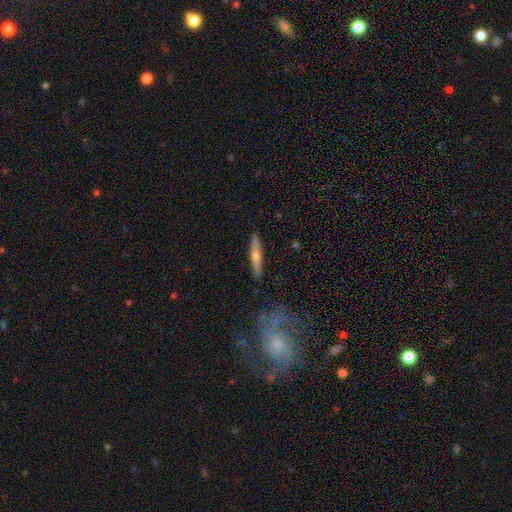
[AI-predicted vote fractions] Overall: featured or disk (55%; smooth 38%). Edge-on disk: yes (90%). Merging: none (88%).